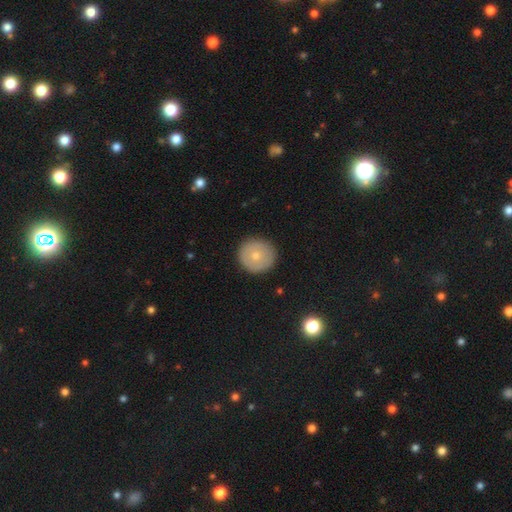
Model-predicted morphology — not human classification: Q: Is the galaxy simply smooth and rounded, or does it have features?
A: smooth — 69%.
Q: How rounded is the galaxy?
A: round — 95%.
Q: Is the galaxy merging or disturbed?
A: none — 91%.